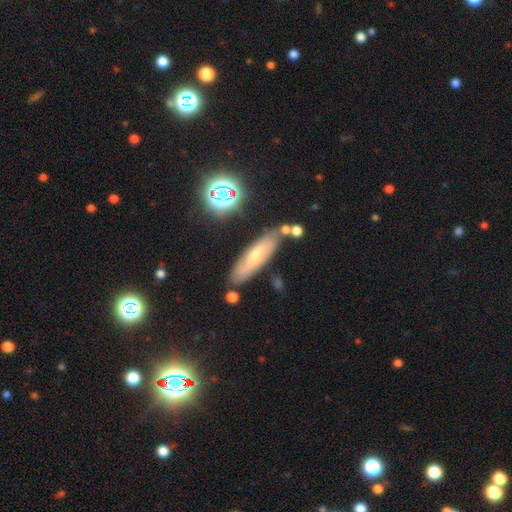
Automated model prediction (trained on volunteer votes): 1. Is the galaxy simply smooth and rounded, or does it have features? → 47% featured or disk, 40% smooth, 13% star or artifact.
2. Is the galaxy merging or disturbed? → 77% none, 14% minor disturbance, 5% merger, 3% major disturbance.